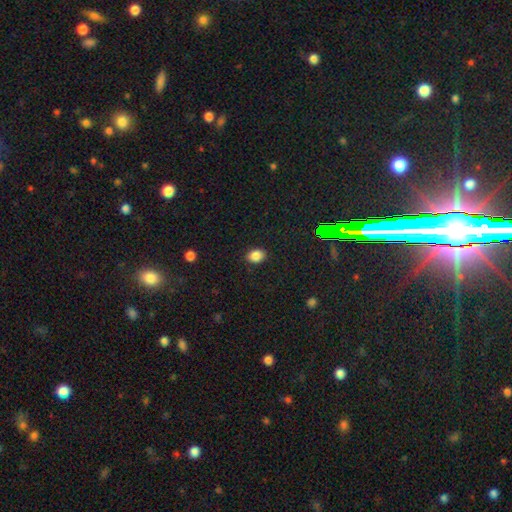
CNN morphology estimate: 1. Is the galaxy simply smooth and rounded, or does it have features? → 85% smooth, 11% star or artifact, 5% featured or disk.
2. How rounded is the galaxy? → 62% in between, 37% round, 1% cigar-shaped.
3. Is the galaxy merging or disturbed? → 87% none, 10% minor disturbance, 2% major disturbance, 1% merger.